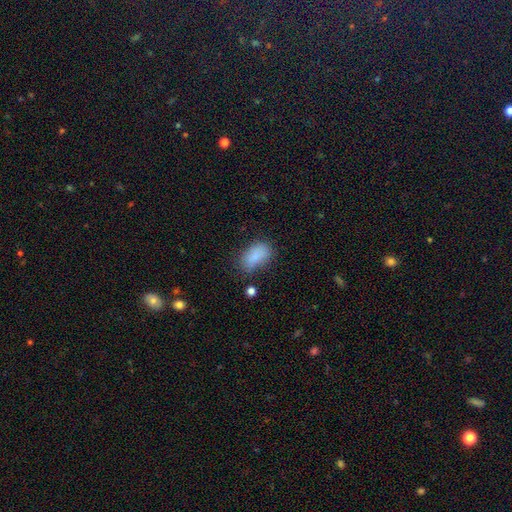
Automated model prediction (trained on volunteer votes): A smooth galaxy with no disk features (83%) that is in between round and cigar-shaped (90%). Merging: none (62%).